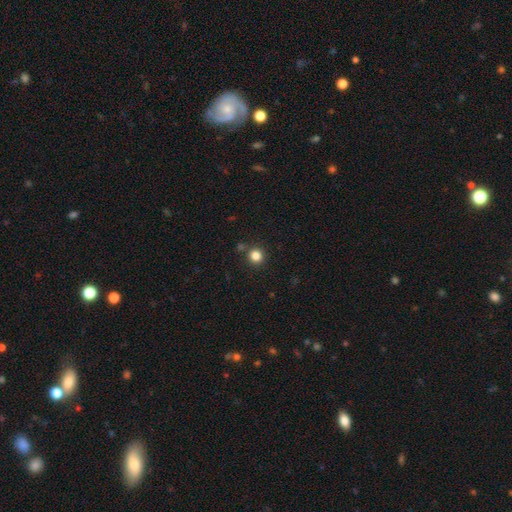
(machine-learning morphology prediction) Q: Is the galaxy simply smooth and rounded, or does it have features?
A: smooth — 83%.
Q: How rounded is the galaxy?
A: round — 93%.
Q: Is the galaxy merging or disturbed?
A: none — 84%.